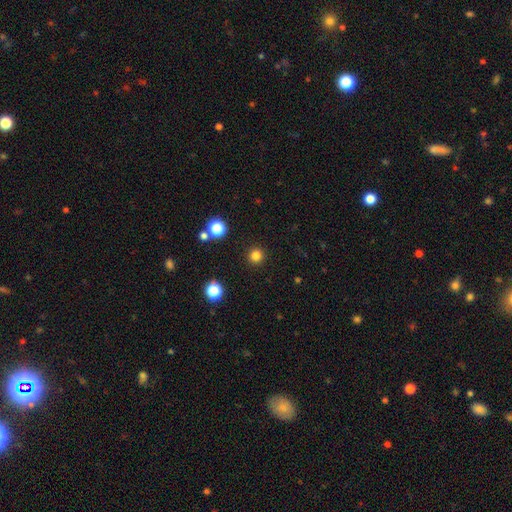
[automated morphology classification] This is clearly a smooth galaxy (81%). How rounded: clearly round (96%). Merging: clearly none (91%).